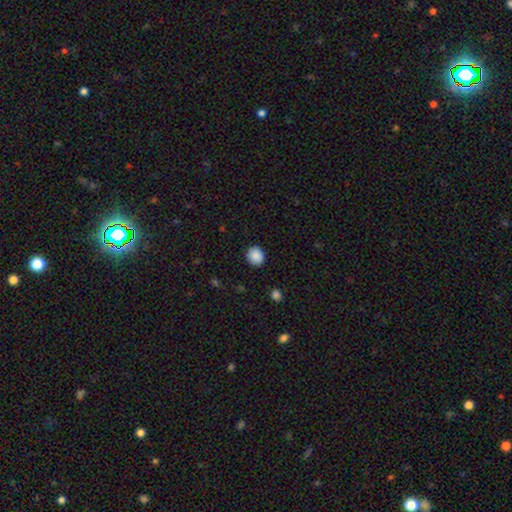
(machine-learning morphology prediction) smooth 88%, star or artifact 8%, featured or disk 4%. Down the decision tree: how rounded — round (80%); merging — none (89%).